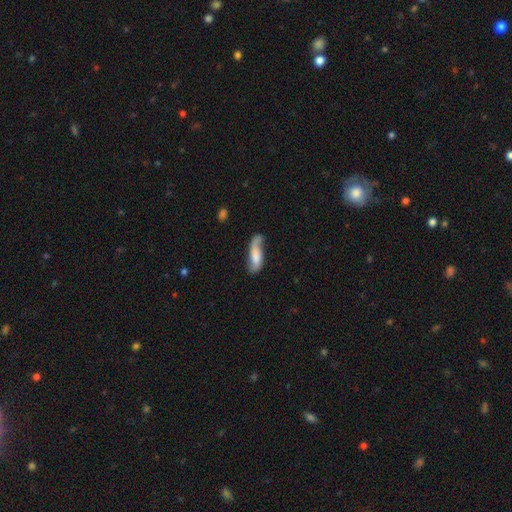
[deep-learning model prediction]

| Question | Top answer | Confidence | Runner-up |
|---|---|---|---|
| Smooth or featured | smooth | 63% | featured or disk (30%) |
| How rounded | in between | 54% | cigar-shaped (44%) |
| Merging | none | 46% | minor disturbance (32%) |